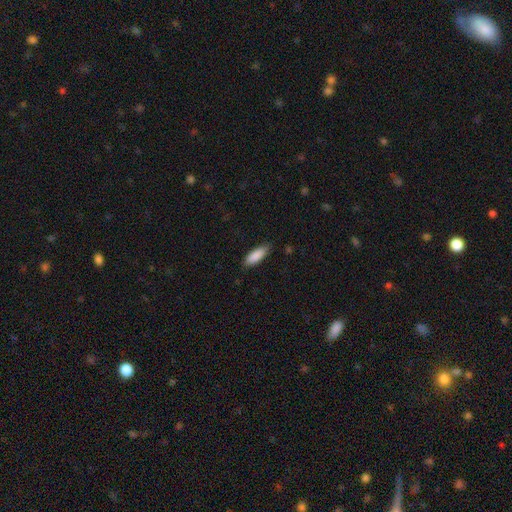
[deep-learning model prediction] Morphology: type=smooth (88%); roundness=in between (61%); merging=none (81%).